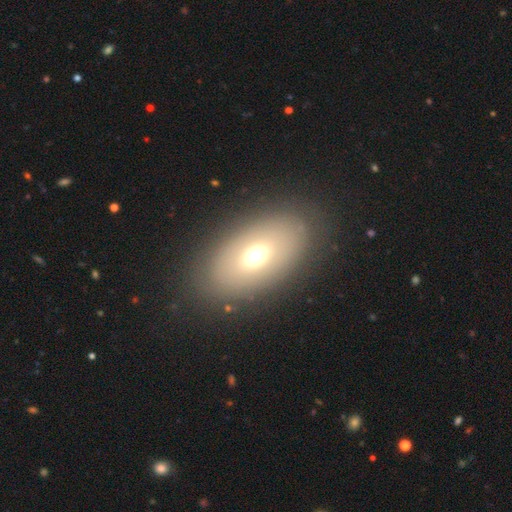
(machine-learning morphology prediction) Smooth or featured? Predicted: smooth (p=0.60). How rounded? Predicted: in between (p=0.90). Merging? Predicted: none (p=0.84).